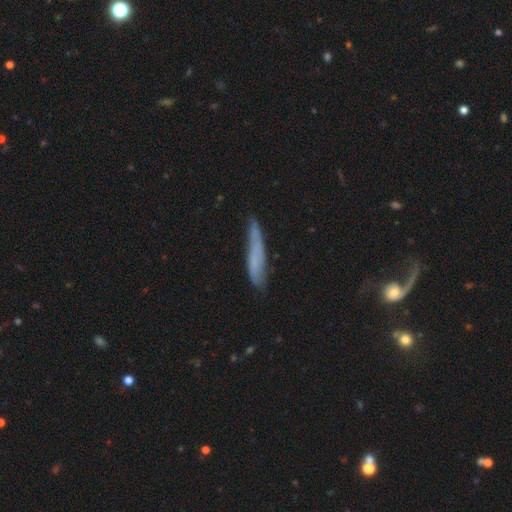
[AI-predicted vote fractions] Morphology: type=smooth (58%); roundness=cigar-shaped (90%); merging=none (64%).